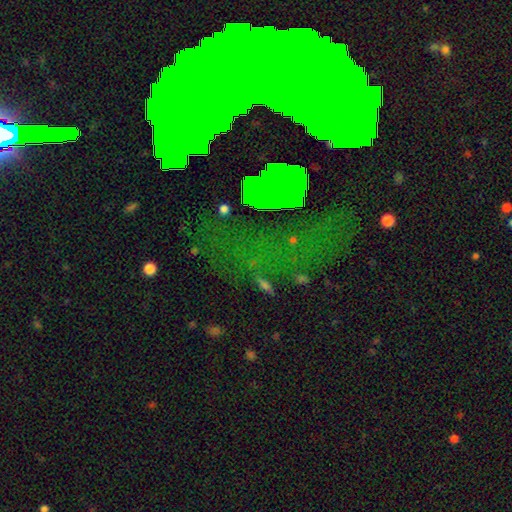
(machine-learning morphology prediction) A star or artifact, not a galaxy (59%).